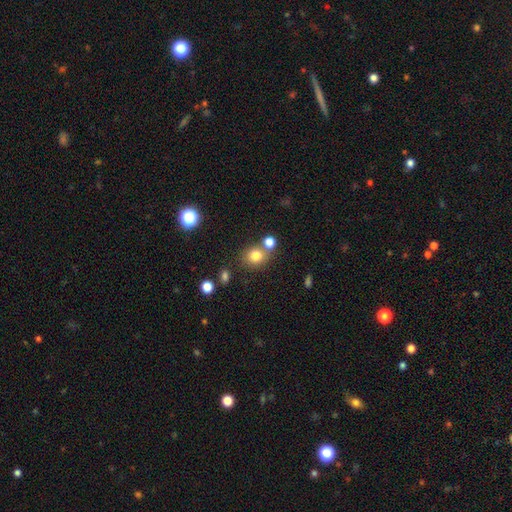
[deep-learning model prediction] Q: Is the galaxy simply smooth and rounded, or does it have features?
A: smooth — 79%.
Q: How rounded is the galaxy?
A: round — 75%.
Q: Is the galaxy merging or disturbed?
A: none — 64%.